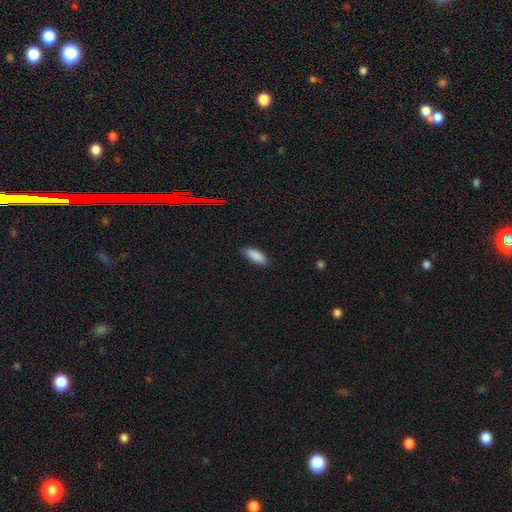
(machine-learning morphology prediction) This appears to be a smooth galaxy with no disk features (88%) that is in between round and cigar-shaped (74%). Merging: none (83%).